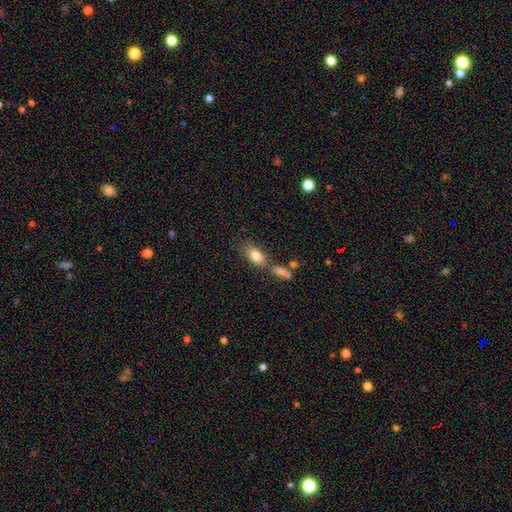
smooth-or-featured: smooth: 83% | featured or disk: 10% | star or artifact: 7%
  how-rounded: in between: 88% | cigar-shaped: 9% | round: 3%
  merging: none: 42% | merger: 29% | minor disturbance: 26% | major disturbance: 3%